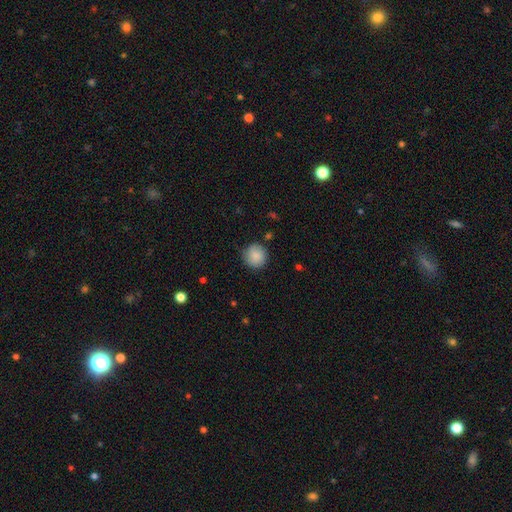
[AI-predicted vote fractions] Smooth or featured: smooth — 87% (star or artifact — 7%)
How rounded: round — 92% (in between — 7%)
Merging: none — 82% (minor disturbance — 13%)